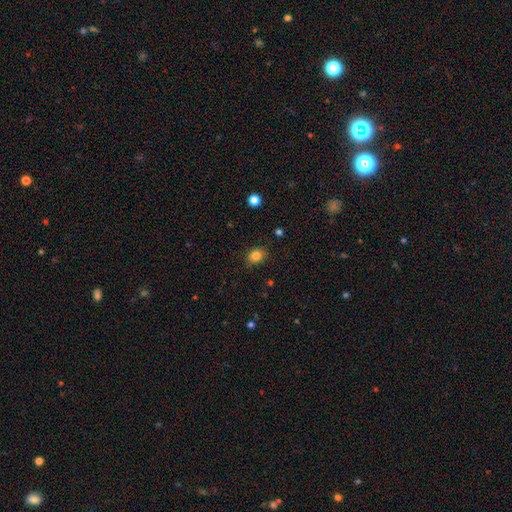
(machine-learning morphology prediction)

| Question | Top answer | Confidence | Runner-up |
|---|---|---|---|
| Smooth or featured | smooth | 83% | star or artifact (12%) |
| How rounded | round | 50% | tied: in between (50%) |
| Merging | none | 85% | minor disturbance (11%) |